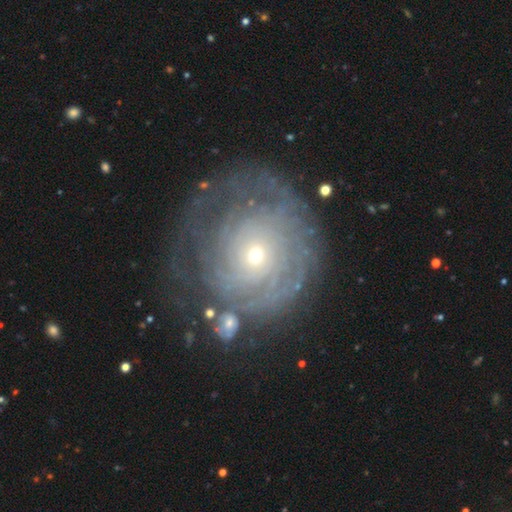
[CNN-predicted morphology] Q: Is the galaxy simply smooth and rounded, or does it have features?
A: featured or disk — 83%.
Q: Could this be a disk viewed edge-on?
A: no — 97%.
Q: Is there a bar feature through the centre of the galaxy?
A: no — 82%.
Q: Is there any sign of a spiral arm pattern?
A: yes — 94%.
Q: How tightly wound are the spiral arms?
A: tight — 80%.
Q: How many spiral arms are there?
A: can't tell — 38%.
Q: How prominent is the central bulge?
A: small — 72%.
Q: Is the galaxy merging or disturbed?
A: none — 66%.